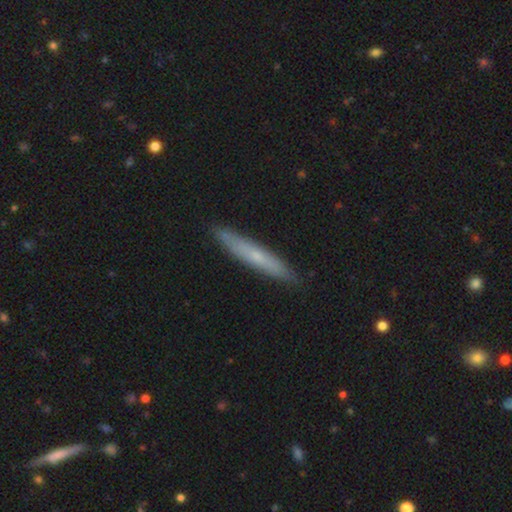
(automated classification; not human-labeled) Smooth or featured? Predicted: smooth (p=0.51). How rounded? Predicted: cigar-shaped (p=0.93). Merging? Predicted: none (p=0.88).